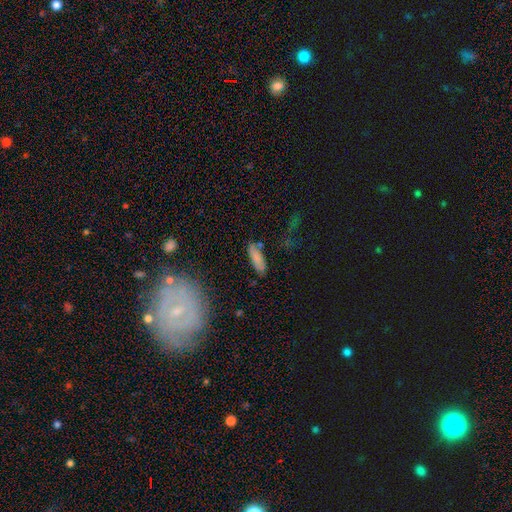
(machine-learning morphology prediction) Overall: smooth (76%). How rounded: in between (55%; cigar-shaped 42%). Merging: none (73%).